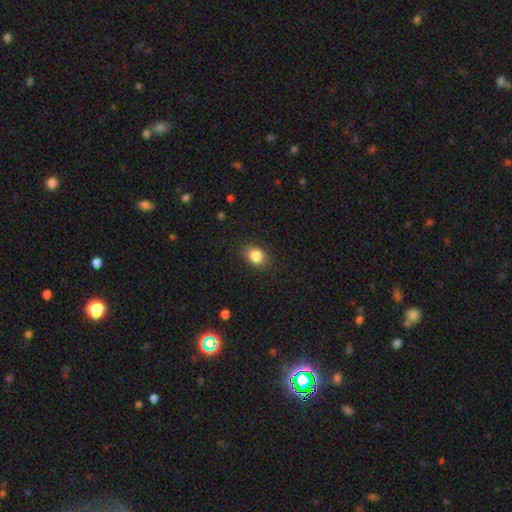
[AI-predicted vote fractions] Q: Smooth or featured?
A: smooth (85%); runner-up: star or artifact (9%)
Q: How rounded?
A: in between (64%); runner-up: round (35%)
Q: Merging?
A: none (86%); runner-up: minor disturbance (10%)